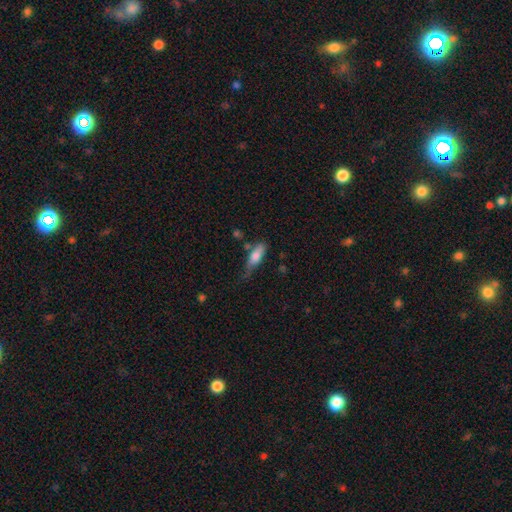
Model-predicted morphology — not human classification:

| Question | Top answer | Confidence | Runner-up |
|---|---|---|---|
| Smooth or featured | smooth | 74% | featured or disk (19%) |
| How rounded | in between | 56% | cigar-shaped (41%) |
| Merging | none | 44% | minor disturbance (36%) |